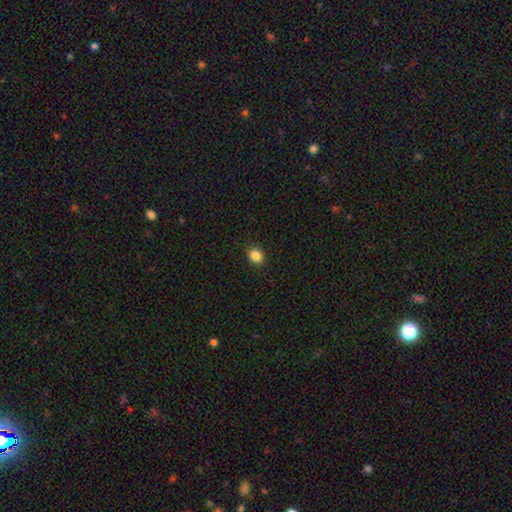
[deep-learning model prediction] Smooth or featured? smooth (86%)
How rounded? round (61%)
Merging? none (90%)